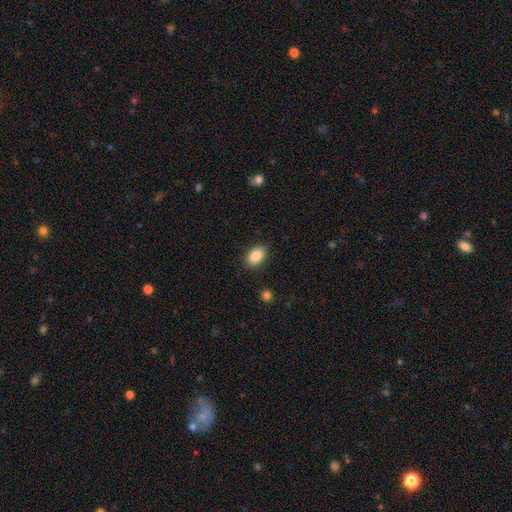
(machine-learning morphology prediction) A smooth galaxy with no disk features (88%) that is in between round and cigar-shaped (90%).

Vote fractions:
- Smooth or featured? smooth: 88% / star or artifact: 8% / featured or disk: 5%
- How rounded? in between: 90% / round: 8% / cigar-shaped: 2%
- Merging? none: 87% / minor disturbance: 9% / major disturbance: 2% / merger: 1%